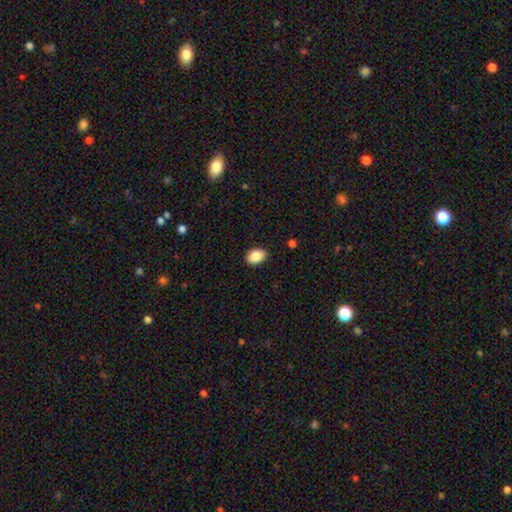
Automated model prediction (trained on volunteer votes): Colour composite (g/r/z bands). It shows a smooth galaxy with no disk features (88%) that is in between round and cigar-shaped (84%). Merging: none (89%).